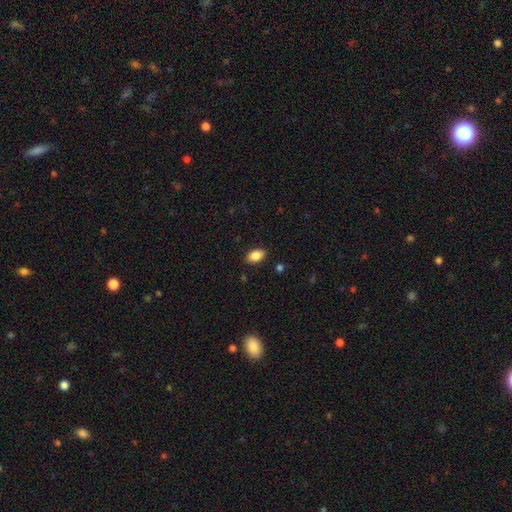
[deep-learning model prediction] Q: Smooth or featured?
A: smooth (86%); runner-up: star or artifact (8%)
Q: How rounded?
A: in between (90%); runner-up: round (9%)
Q: Merging?
A: none (88%); runner-up: minor disturbance (9%)